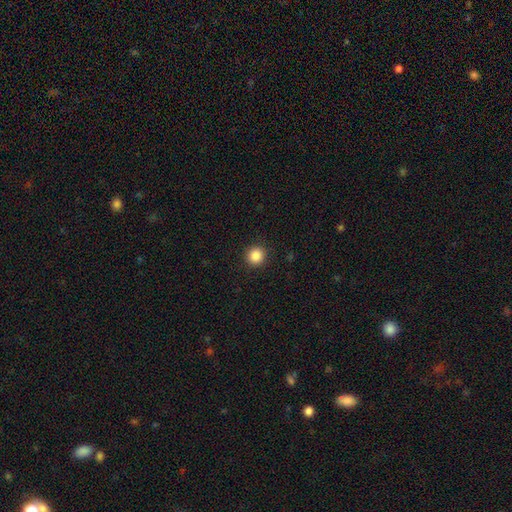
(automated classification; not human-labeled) Overall: smooth (86%). How rounded: round (94%). Merging: none (92%).